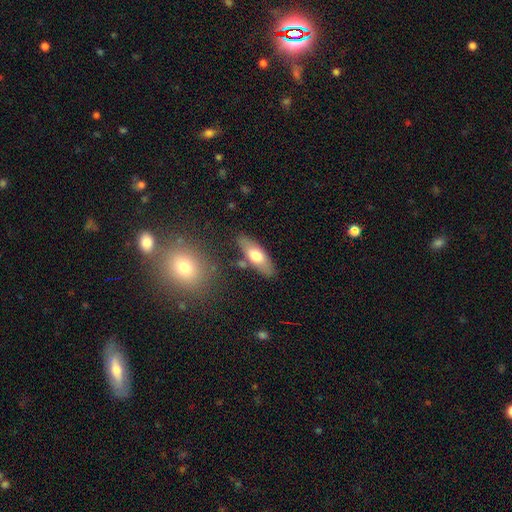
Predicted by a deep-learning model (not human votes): Smooth or featured?
  - smooth: 63% *
  - featured or disk: 31%
  - star or artifact: 6%
How rounded?
  - in between: 67% *
  - cigar-shaped: 30%
  - round: 3%
Merging?
  - none: 78% *
  - minor disturbance: 13%
  - merger: 6%
  - major disturbance: 3%